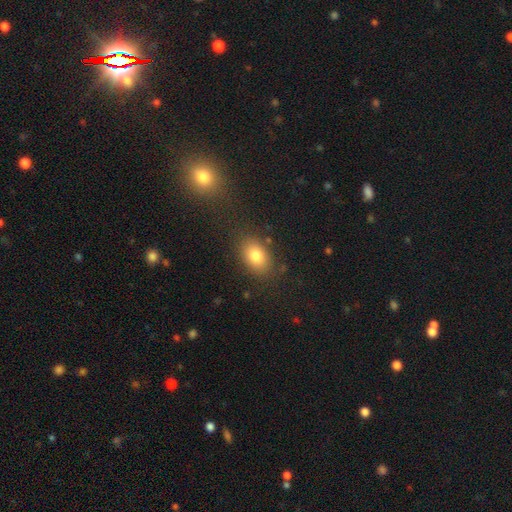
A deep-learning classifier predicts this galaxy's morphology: Smooth or featured: smooth — 80% (featured or disk — 10%)
How rounded: in between — 82% (round — 16%)
Merging: none — 81% (minor disturbance — 12%)